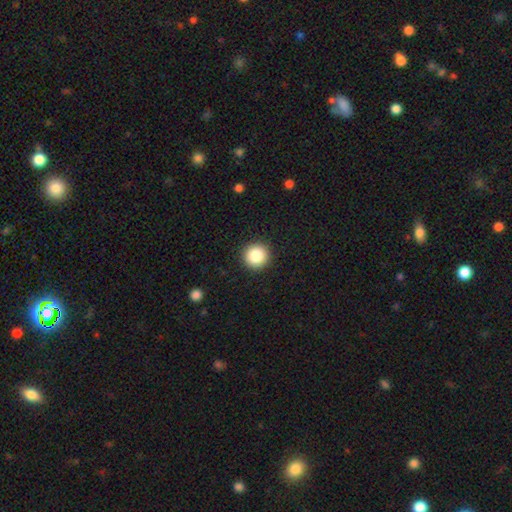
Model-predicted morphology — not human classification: This appears to be a smooth galaxy with no disk features (85%) that is round (96%). Merging: none (93%).